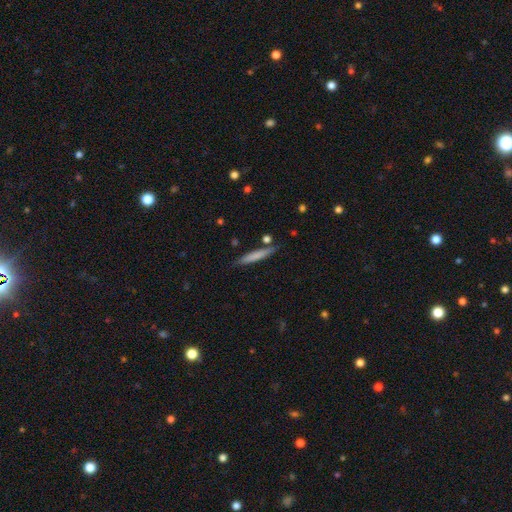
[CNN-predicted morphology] Smooth or featured?
  - smooth: 71% *
  - featured or disk: 23%
  - star or artifact: 6%
How rounded?
  - cigar-shaped: 94% *
  - in between: 5%
  - round: 1%
Merging?
  - none: 82% *
  - minor disturbance: 11%
  - merger: 4%
  - major disturbance: 2%